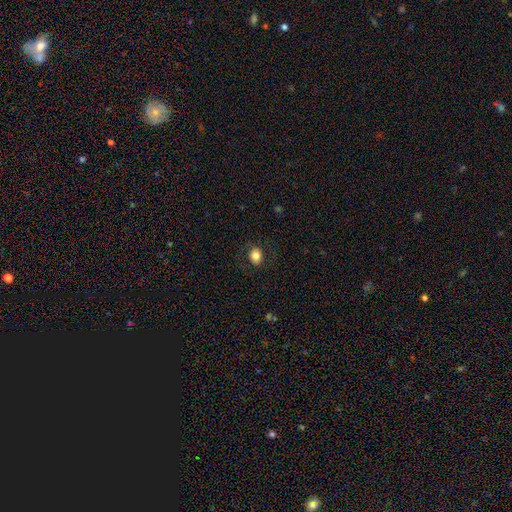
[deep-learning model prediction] A smooth galaxy with no disk features (81%) that is round (52%).

Vote fractions:
- Smooth or featured? smooth: 81% / star or artifact: 10% / featured or disk: 9%
- How rounded? round: 52% / in between: 47% / cigar-shaped: 1%
- Merging? none: 83% / minor disturbance: 11% / major disturbance: 5% / merger: 1%